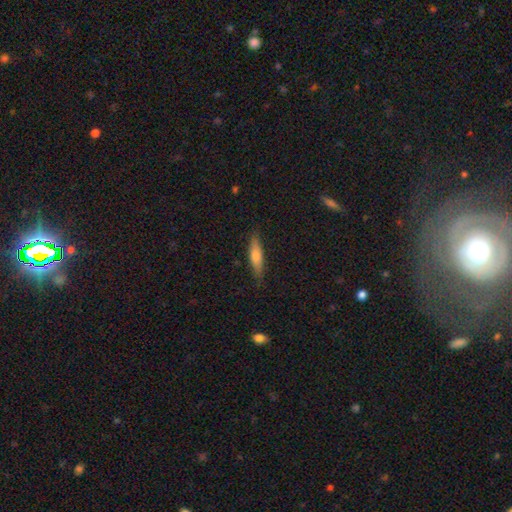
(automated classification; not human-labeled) A smooth galaxy with no disk features (61%) that is cigar-shaped (77%). Merging: none (85%).